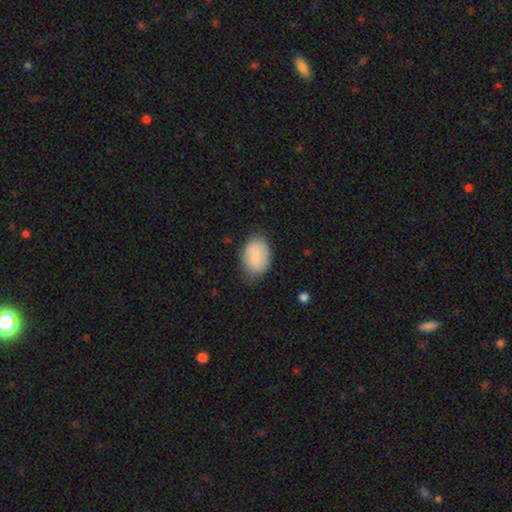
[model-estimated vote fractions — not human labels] Smooth or featured: smooth — 79% (featured or disk — 14%)
How rounded: in between — 81% (round — 18%)
Merging: none — 69% (minor disturbance — 24%)